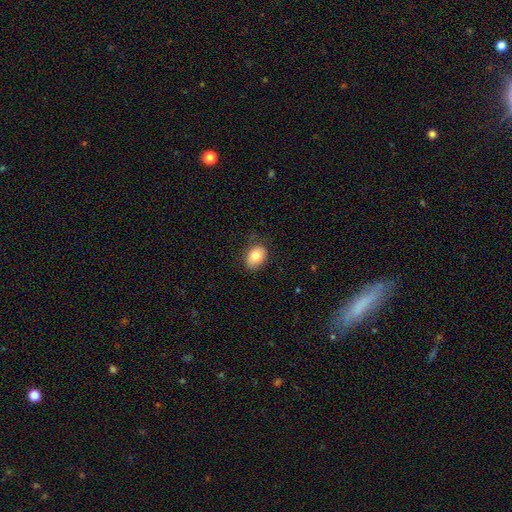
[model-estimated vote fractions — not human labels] smooth_or_featured: smooth (p=0.81) [alt: featured or disk p=0.11]
how_rounded: in between (p=0.74) [alt: round p=0.25]
merging: none (p=0.78) [alt: minor disturbance p=0.17]